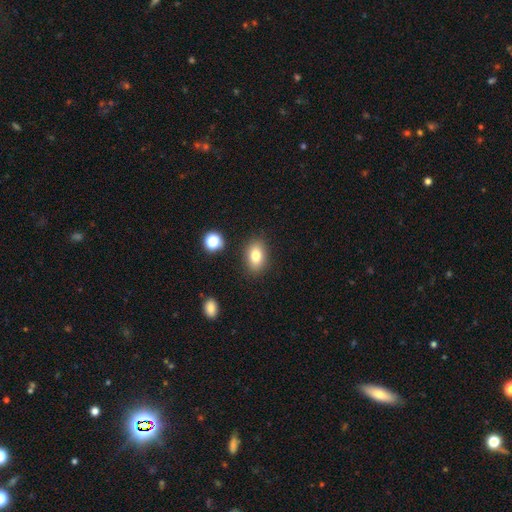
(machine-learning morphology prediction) Q: Smooth or featured?
A: smooth (79%); runner-up: star or artifact (10%)
Q: How rounded?
A: in between (81%); runner-up: round (18%)
Q: Merging?
A: none (86%); runner-up: minor disturbance (9%)